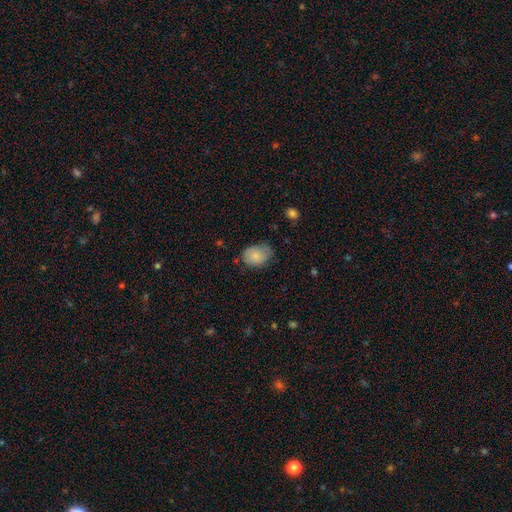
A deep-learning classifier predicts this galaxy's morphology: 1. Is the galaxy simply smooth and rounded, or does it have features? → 83% smooth, 9% featured or disk, 7% star or artifact.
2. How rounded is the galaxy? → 67% in between, 32% round, 1% cigar-shaped.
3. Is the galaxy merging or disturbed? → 63% none, 29% minor disturbance, 6% major disturbance, 2% merger.